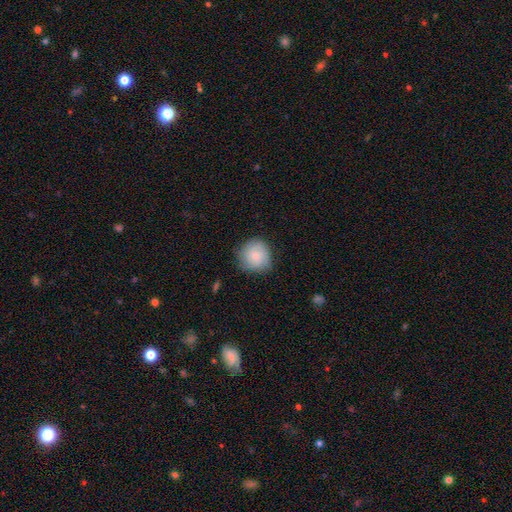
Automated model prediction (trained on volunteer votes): A smooth galaxy with no disk features (74%) that is round (91%). Merging: none (76%).